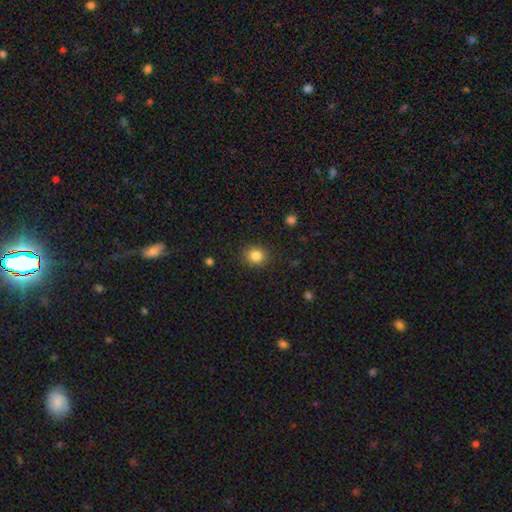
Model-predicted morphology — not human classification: A smooth galaxy with no disk features (85%) that is round (78%).

Vote fractions:
- Smooth or featured? smooth: 85% / star or artifact: 10% / featured or disk: 5%
- How rounded? round: 78% / in between: 21% / cigar-shaped: 1%
- Merging? none: 89% / minor disturbance: 7% / major disturbance: 2% / merger: 1%